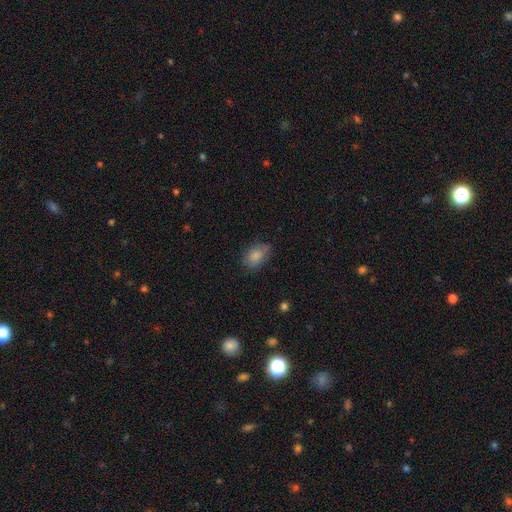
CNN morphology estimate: smooth-or-featured: smooth: 79% | featured or disk: 13% | star or artifact: 8%
  how-rounded: in between: 84% | round: 14% | cigar-shaped: 2%
  merging: none: 70% | minor disturbance: 22% | major disturbance: 6% | merger: 2%